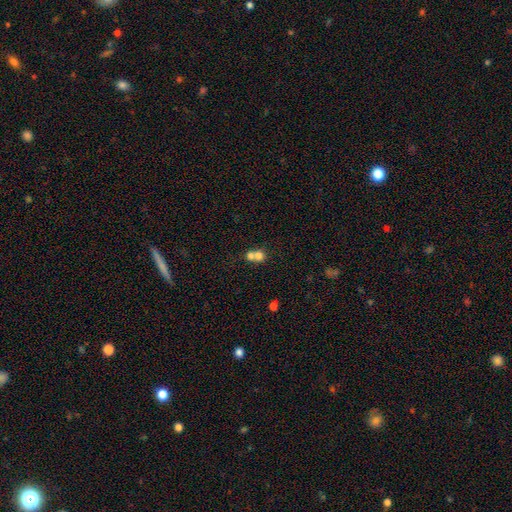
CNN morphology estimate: Q: Smooth or featured?
A: smooth (73%); runner-up: featured or disk (16%)
Q: How rounded?
A: round (80%); runner-up: in between (19%)
Q: Merging?
A: merger (66%); runner-up: none (27%)